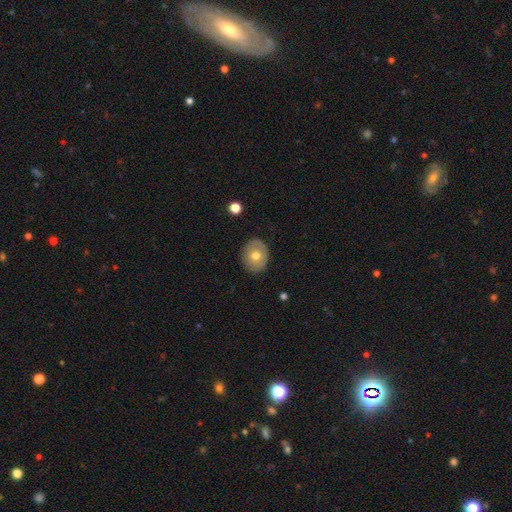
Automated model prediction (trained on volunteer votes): A smooth galaxy with no disk features (65%) that is round (59%).

Vote fractions:
- Smooth or featured? smooth: 65% / featured or disk: 27% / star or artifact: 8%
- How rounded? round: 59% / in between: 40% / cigar-shaped: 1%
- Merging? none: 86% / minor disturbance: 10% / major disturbance: 3% / merger: 1%